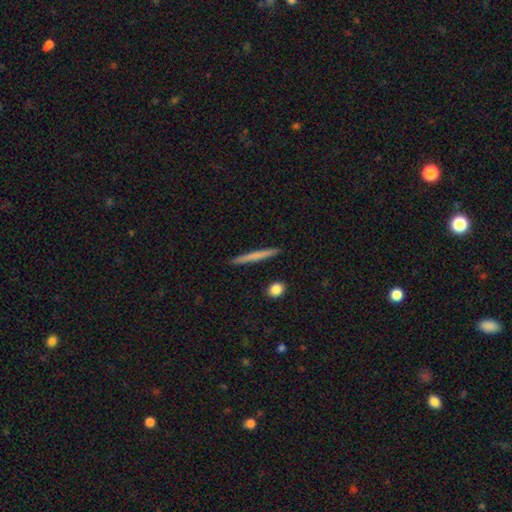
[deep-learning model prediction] A smooth galaxy with no disk features (64%) that is cigar-shaped (96%). Merging: none (92%).